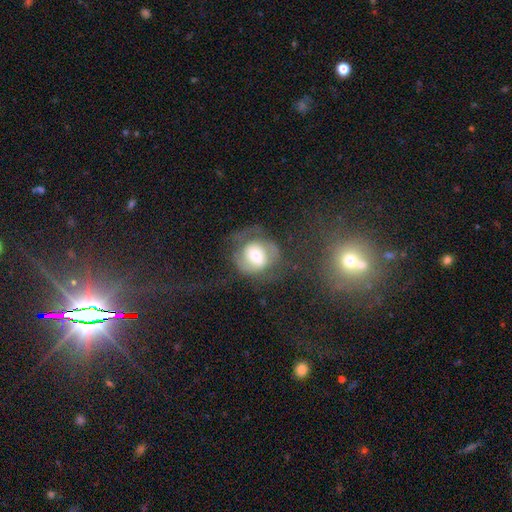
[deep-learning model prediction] Smooth or featured? Predicted: featured or disk (p=0.51). Edge-on disk? Predicted: no (p=0.95). Merging? Predicted: none (p=0.45).